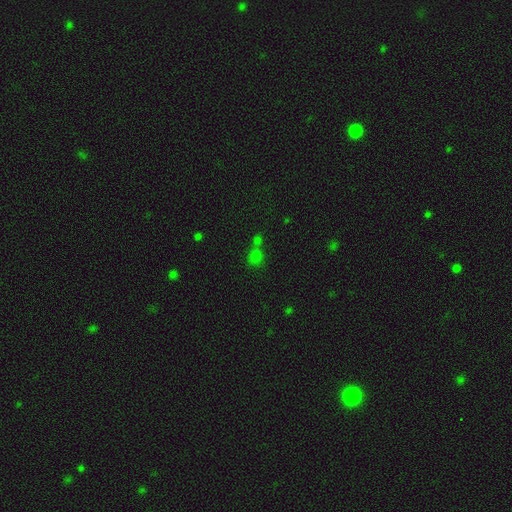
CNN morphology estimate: Smooth or featured: smooth — 62% (star or artifact — 31%)
How rounded: round — 69% (in between — 28%)
Merging: none — 47% (merger — 40%)